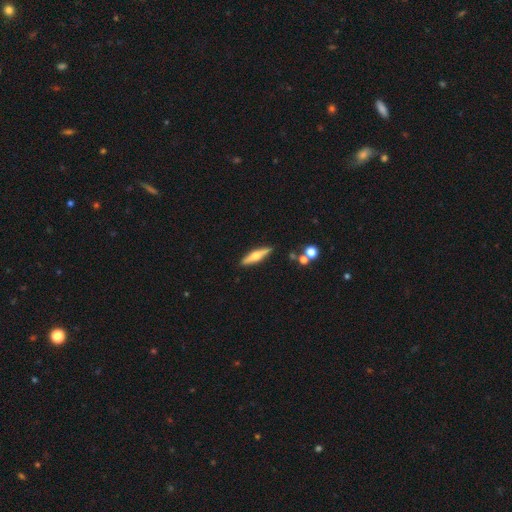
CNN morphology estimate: smooth_or_featured: featured or disk (p=0.61) [alt: smooth p=0.33]
disk_edge_on: yes (p=0.96) [alt: no p=0.04]
edge_on_bulge: rounded (p=0.92) [alt: boxy p=0.05]
merging: none (p=0.89) [alt: minor disturbance p=0.07]